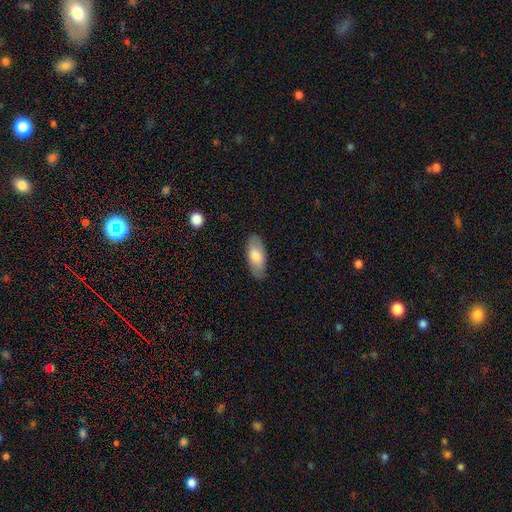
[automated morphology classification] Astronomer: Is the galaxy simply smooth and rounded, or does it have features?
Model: smooth — 74%.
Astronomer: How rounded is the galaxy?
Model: in between — 88%.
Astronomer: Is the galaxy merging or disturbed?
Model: none — 82%.